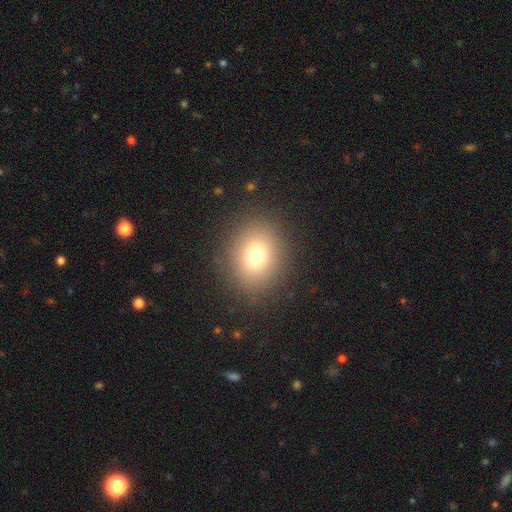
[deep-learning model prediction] This appears to be a smooth galaxy with no disk features (75%) that is round (60%). Merging: none (87%).